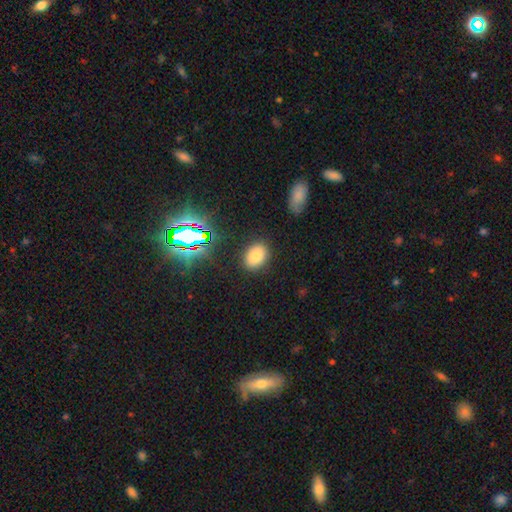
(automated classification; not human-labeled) Smooth or featured? Predicted: smooth (p=0.77). How rounded? Predicted: in between (p=0.73). Merging? Predicted: none (p=0.86).